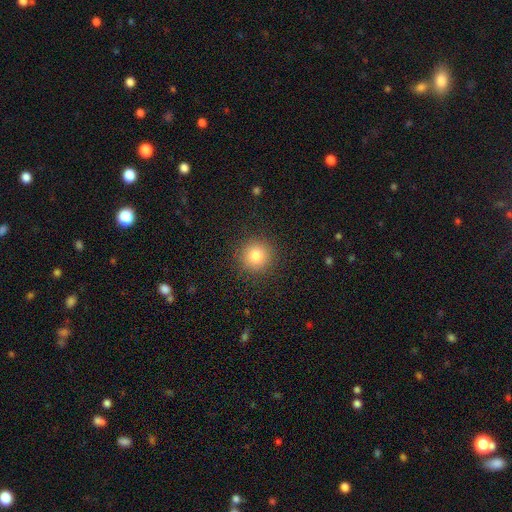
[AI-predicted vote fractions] A smooth galaxy with no disk features (83%) that is round (94%).

Vote fractions:
- Smooth or featured? smooth: 83% / star or artifact: 11% / featured or disk: 6%
- How rounded? round: 94% / in between: 5% / cigar-shaped: 1%
- Merging? none: 90% / minor disturbance: 6% / major disturbance: 2% / merger: 1%